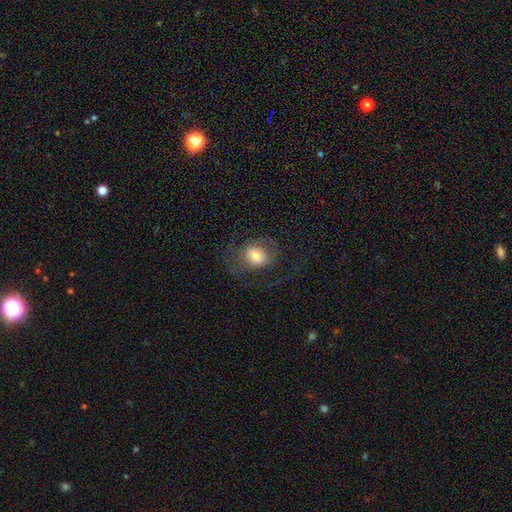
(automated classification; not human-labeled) smooth 55%, featured or disk 35%, star or artifact 9%. Down the decision tree: how rounded — round (56%); merging — none (53%).